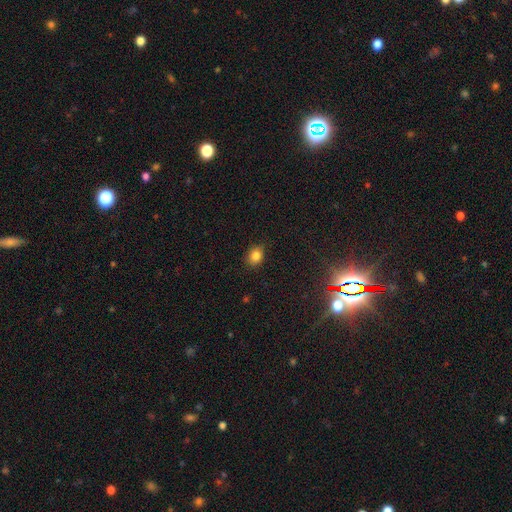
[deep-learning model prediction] Morphology: type=smooth (82%); roundness=in between (51%); merging=none (81%).